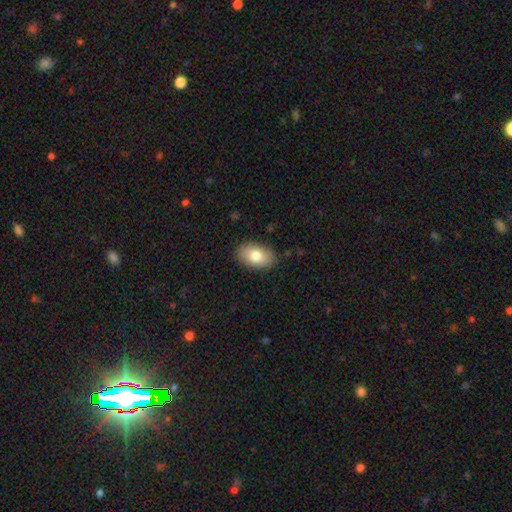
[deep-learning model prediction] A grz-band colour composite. It shows a smooth galaxy with no disk features (79%) that is in between round and cigar-shaped (91%). Merging: none (88%).